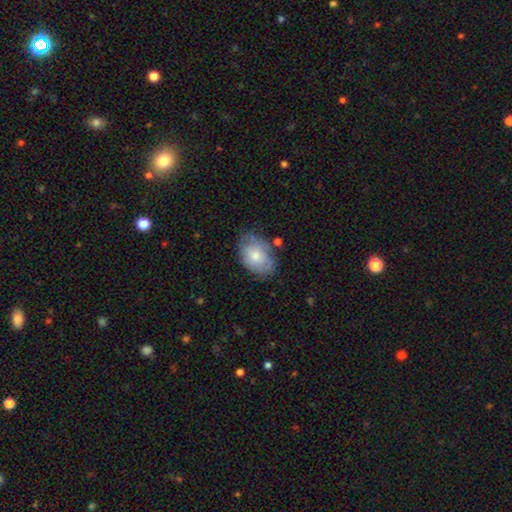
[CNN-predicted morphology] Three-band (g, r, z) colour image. It shows a smooth galaxy with no disk features (69%) that is in between round and cigar-shaped (79%). Merging: none (62%).